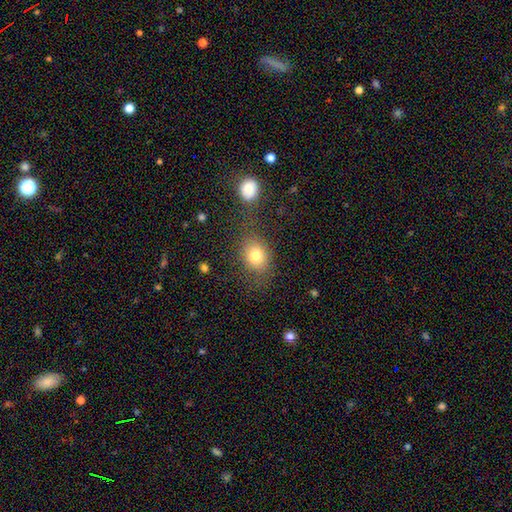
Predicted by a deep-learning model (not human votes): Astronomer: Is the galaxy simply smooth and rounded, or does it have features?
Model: smooth — 78%.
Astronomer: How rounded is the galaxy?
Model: in between — 52% (runner-up: round, 47%).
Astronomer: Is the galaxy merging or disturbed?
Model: none — 69%.